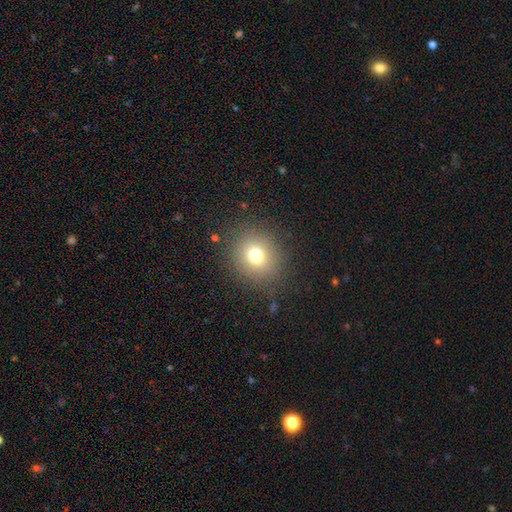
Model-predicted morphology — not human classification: Smooth or featured?
  - smooth: 74% *
  - star or artifact: 15%
  - featured or disk: 11%
How rounded?
  - round: 81% *
  - in between: 18%
  - cigar-shaped: 1%
Merging?
  - none: 86% *
  - minor disturbance: 9%
  - major disturbance: 4%
  - merger: 1%